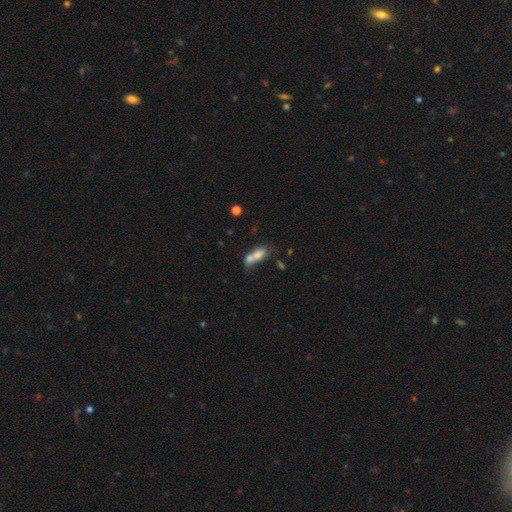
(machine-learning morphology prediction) smooth 69%, featured or disk 20%, star or artifact 11%. Down the decision tree: how rounded — in between (73%); merging — merger (63%).